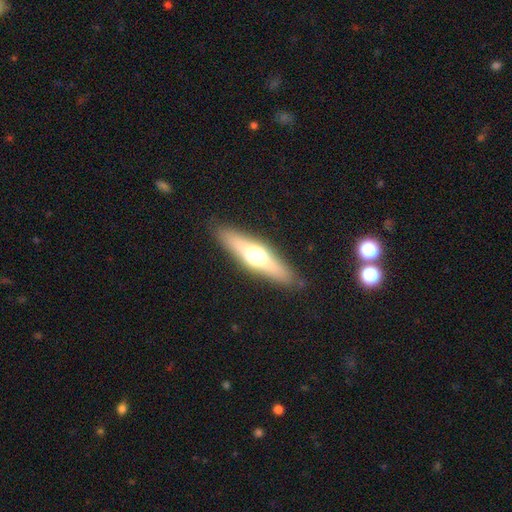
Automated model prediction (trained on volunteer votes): The model was most divided on "smooth or featured": featured or disk: 47%, smooth: 45%, star or artifact: 7%. More confident: merging — none (88%).